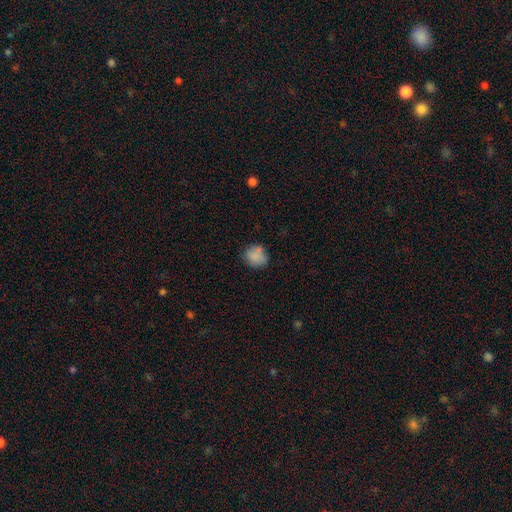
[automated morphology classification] Overall: smooth (81%). How rounded: round (71%). Merging: none (67%).